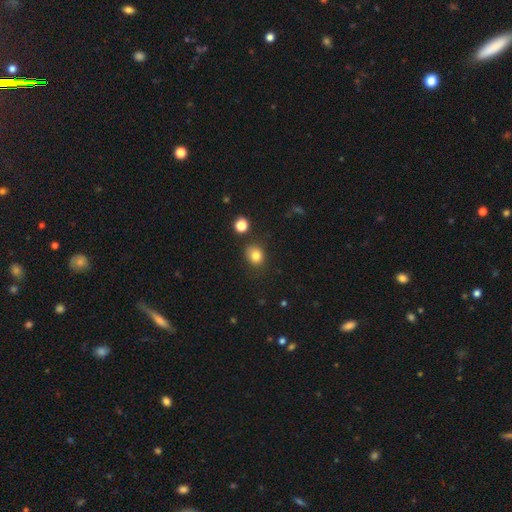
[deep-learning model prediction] Smooth or featured?
  - smooth: 82% *
  - star or artifact: 12%
  - featured or disk: 6%
How rounded?
  - round: 67% *
  - in between: 32%
  - cigar-shaped: 1%
Merging?
  - none: 78% *
  - minor disturbance: 14%
  - merger: 4%
  - major disturbance: 4%